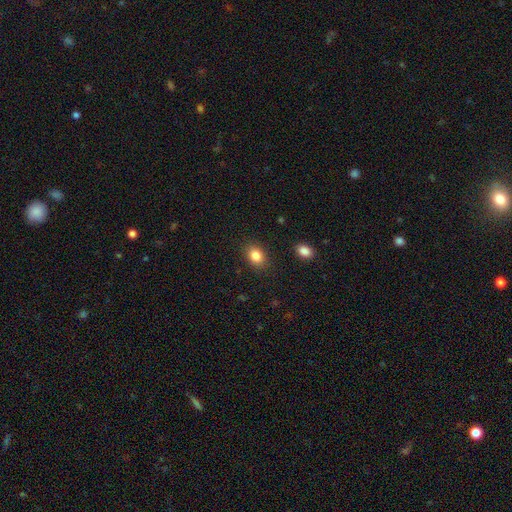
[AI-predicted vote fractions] A smooth galaxy with no disk features (85%) that is in between round and cigar-shaped (66%). Merging: none (87%).